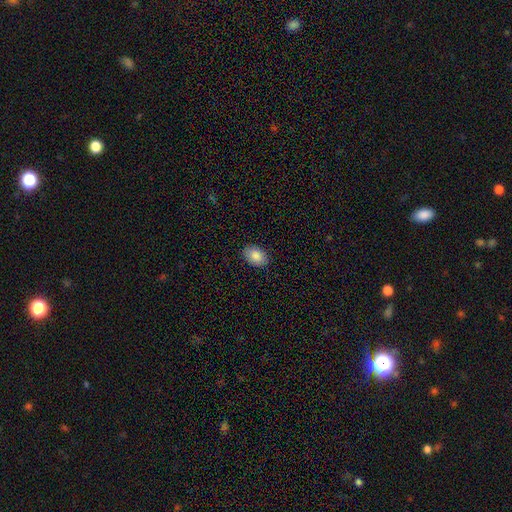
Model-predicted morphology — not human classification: Smooth or featured? smooth (88%)
How rounded? in between (79%)
Merging? none (88%)